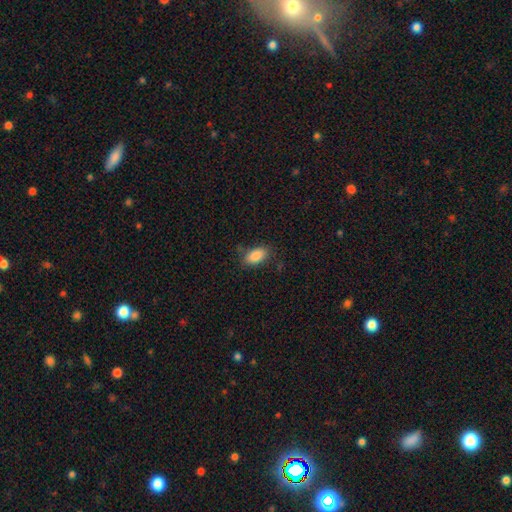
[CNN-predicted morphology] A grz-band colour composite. It shows a smooth galaxy with no disk features (88%) that is in between round and cigar-shaped (91%). Merging: none (79%).